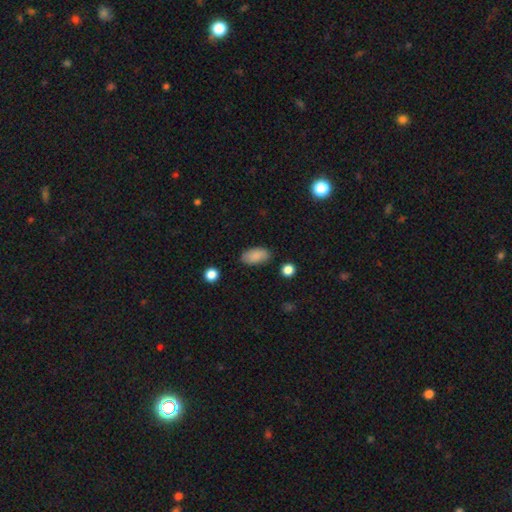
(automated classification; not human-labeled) Smooth or featured?
  - smooth: 87% *
  - star or artifact: 7%
  - featured or disk: 5%
How rounded?
  - in between: 93% *
  - round: 3%
  - cigar-shaped: 3%
Merging?
  - none: 84% *
  - minor disturbance: 11%
  - major disturbance: 3%
  - merger: 2%